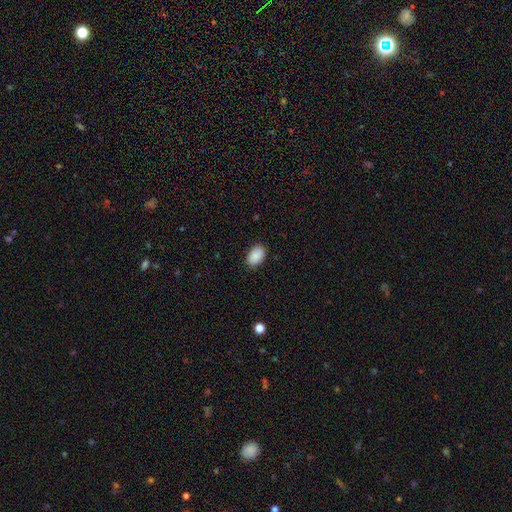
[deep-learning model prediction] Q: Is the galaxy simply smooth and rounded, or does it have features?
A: smooth — 90%.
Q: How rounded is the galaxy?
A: in between — 89%.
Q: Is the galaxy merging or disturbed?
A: none — 89%.